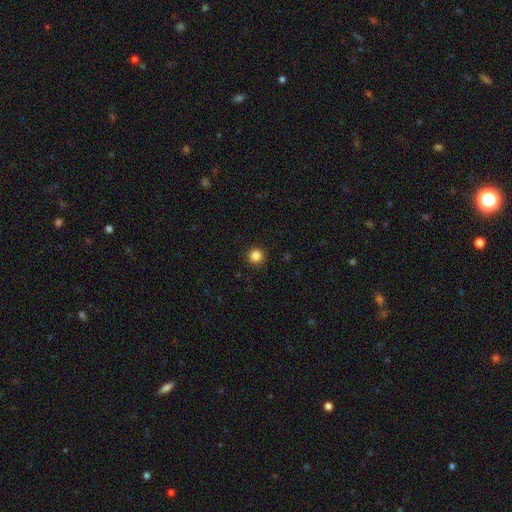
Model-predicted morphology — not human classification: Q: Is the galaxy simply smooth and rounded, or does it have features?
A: smooth — 86%.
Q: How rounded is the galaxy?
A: round — 95%.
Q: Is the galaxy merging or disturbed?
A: none — 92%.